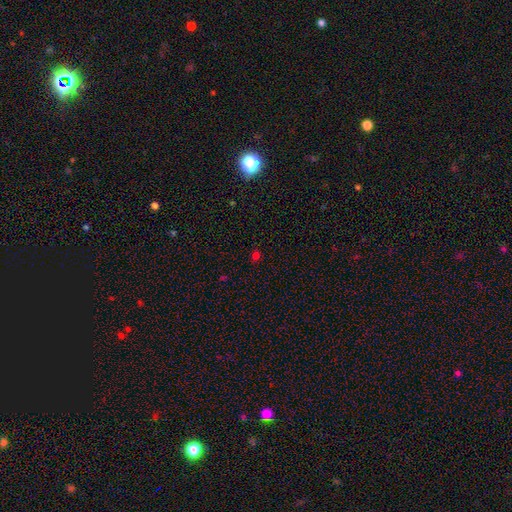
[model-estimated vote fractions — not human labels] A smooth galaxy with no disk features (62%) that is round (52%).

Vote fractions:
- Smooth or featured? smooth: 62% / star or artifact: 32% / featured or disk: 5%
- How rounded? round: 52% / in between: 46% / cigar-shaped: 2%
- Merging? none: 84% / minor disturbance: 10% / major disturbance: 3% / merger: 2%